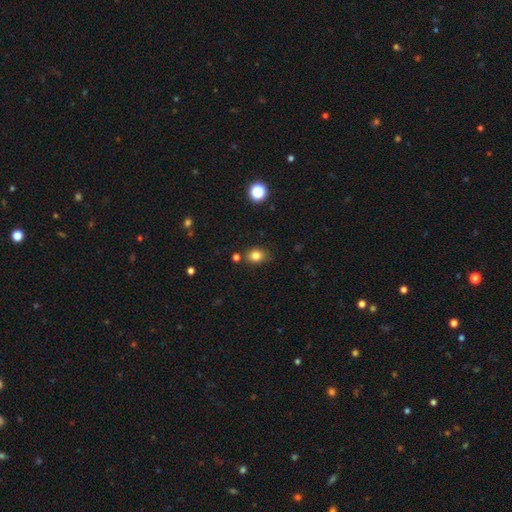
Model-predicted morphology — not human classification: smooth 82%, star or artifact 12%, featured or disk 6%. Down the decision tree: how rounded — round (50%); merging — none (75%).